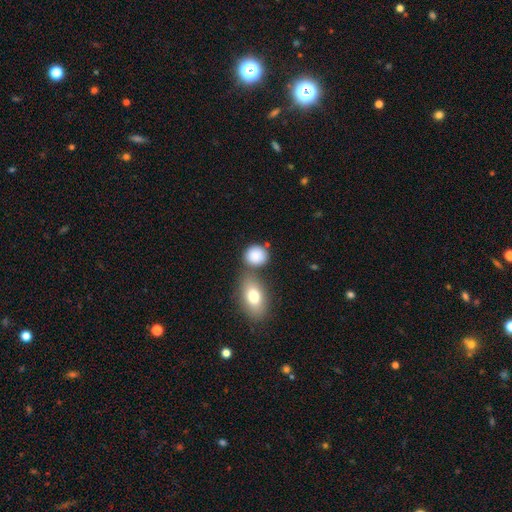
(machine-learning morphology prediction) A smooth galaxy with no disk features (86%) that is round (70%). Merging: none (61%).